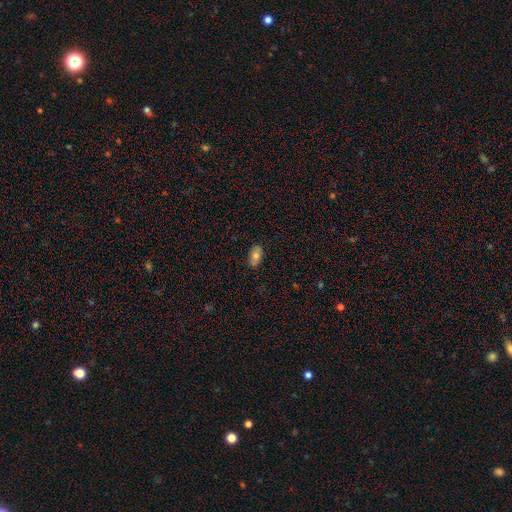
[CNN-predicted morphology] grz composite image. It shows a smooth galaxy with no disk features (72%) that is in between round and cigar-shaped (91%). Merging: none (82%).